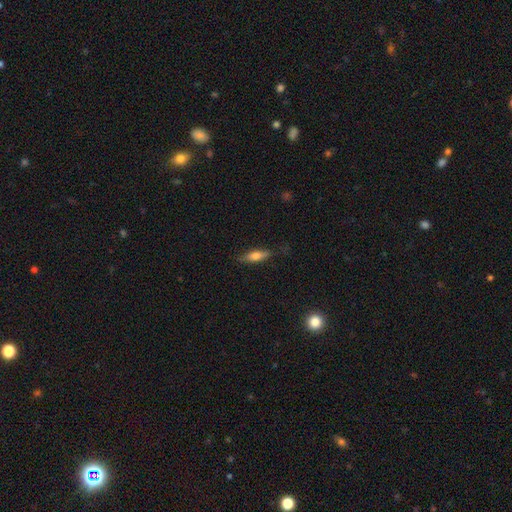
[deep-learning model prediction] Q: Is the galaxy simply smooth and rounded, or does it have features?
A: smooth — 63%.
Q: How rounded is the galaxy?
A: cigar-shaped — 56%.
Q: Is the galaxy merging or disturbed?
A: none — 80%.